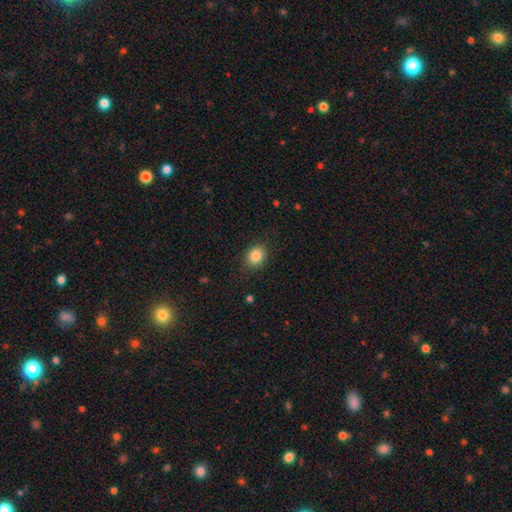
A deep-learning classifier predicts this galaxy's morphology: A smooth galaxy with no disk features (85%) that is round (66%).

Vote fractions:
- Smooth or featured? smooth: 85% / star or artifact: 10% / featured or disk: 5%
- How rounded? round: 66% / in between: 33% / cigar-shaped: 1%
- Merging? none: 86% / minor disturbance: 10% / major disturbance: 3% / merger: 1%